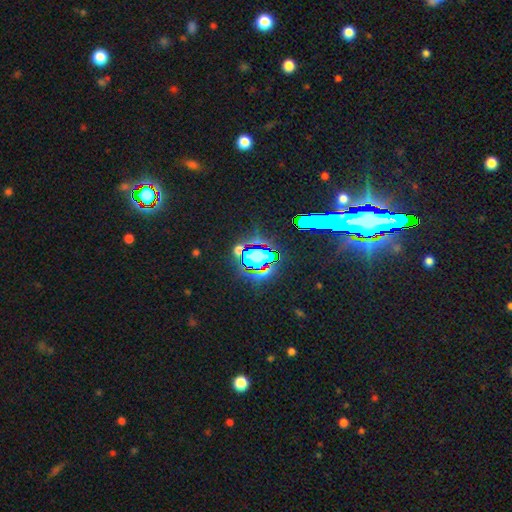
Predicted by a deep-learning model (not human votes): Smooth or featured? star or artifact (66%)